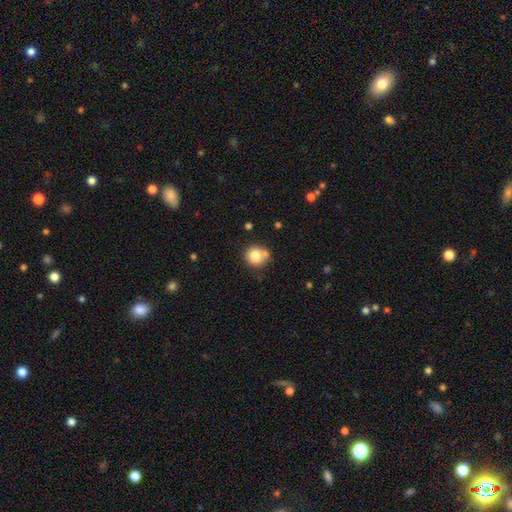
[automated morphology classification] Smooth or featured: smooth — 80% (featured or disk — 10%)
How rounded: round — 86% (in between — 13%)
Merging: none — 61% (merger — 20%)